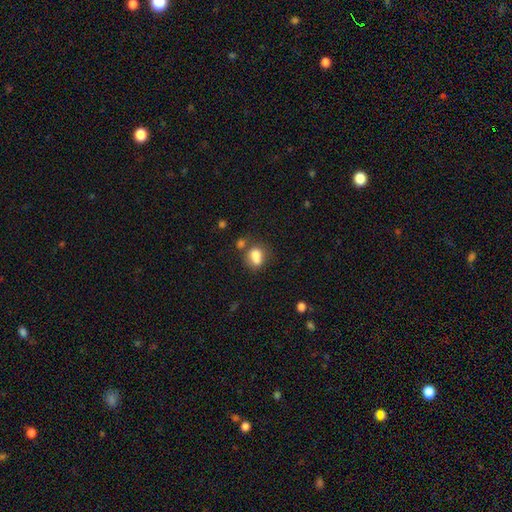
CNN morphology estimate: The model was most divided on "merging": none: 43%, merger: 31%, minor disturbance: 18%, major disturbance: 8%. More confident: smooth or featured — smooth (77%); how rounded — in between (58%).